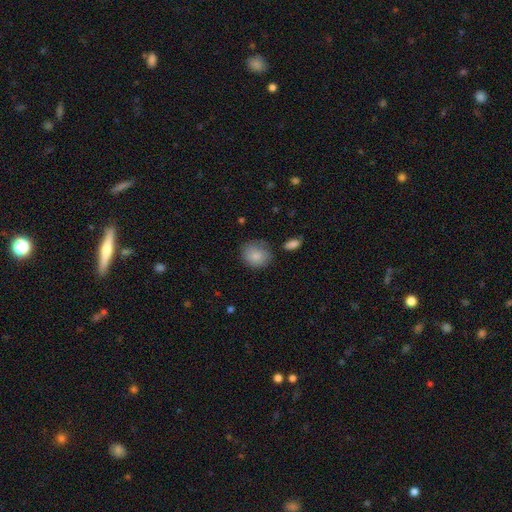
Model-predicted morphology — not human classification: This appears to be a smooth galaxy with no disk features (84%) that is round (69%). Merging: none (67%).